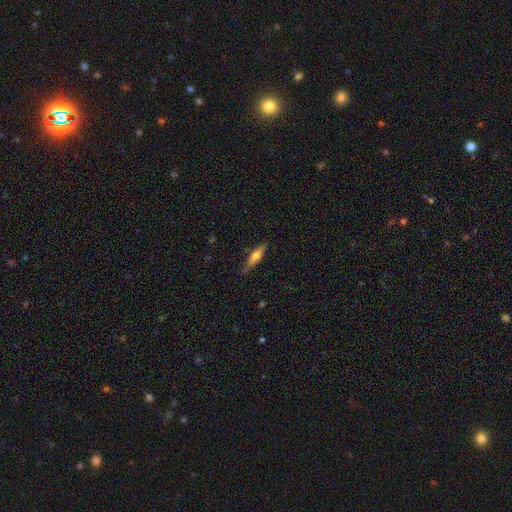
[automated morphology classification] Smooth or featured?
  - smooth: 54% *
  - featured or disk: 40%
  - star or artifact: 6%
How rounded?
  - cigar-shaped: 69% *
  - in between: 29%
  - round: 2%
Merging?
  - none: 77% *
  - minor disturbance: 18%
  - major disturbance: 3%
  - merger: 2%